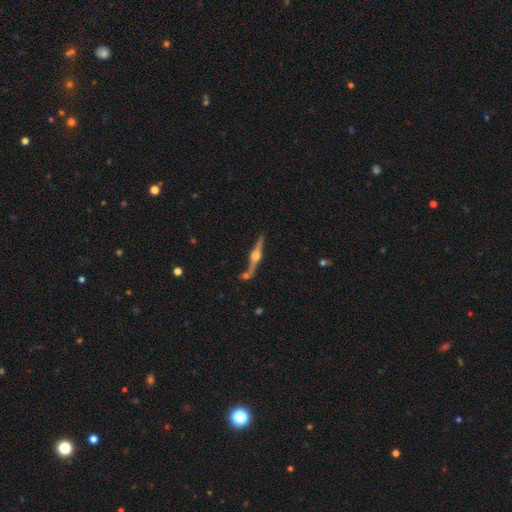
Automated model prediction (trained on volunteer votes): Smooth or featured? Predicted: featured or disk (p=0.85). Edge-on disk? Predicted: yes (p=0.98). Edge-on bulge? Predicted: rounded (p=0.95). Merging? Predicted: none (p=0.74).